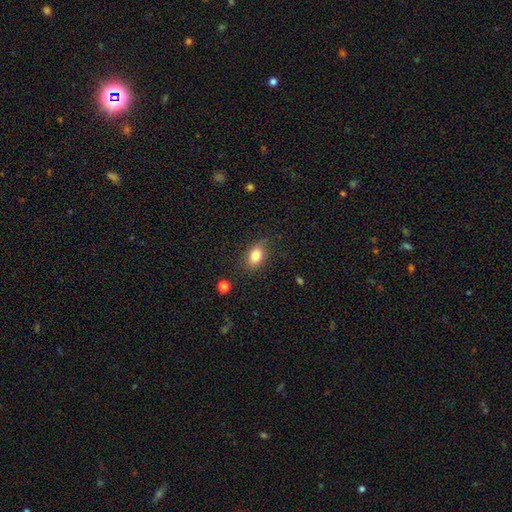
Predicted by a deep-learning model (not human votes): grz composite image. It shows a smooth galaxy with no disk features (82%) that is in between round and cigar-shaped (79%). Merging: none (81%).